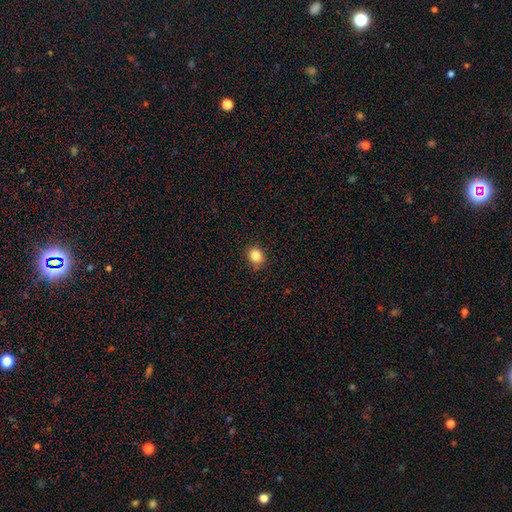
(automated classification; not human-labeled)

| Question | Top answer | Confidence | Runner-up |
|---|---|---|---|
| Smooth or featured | smooth | 85% | star or artifact (11%) |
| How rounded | round | 66% | in between (33%) |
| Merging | none | 86% | minor disturbance (11%) |